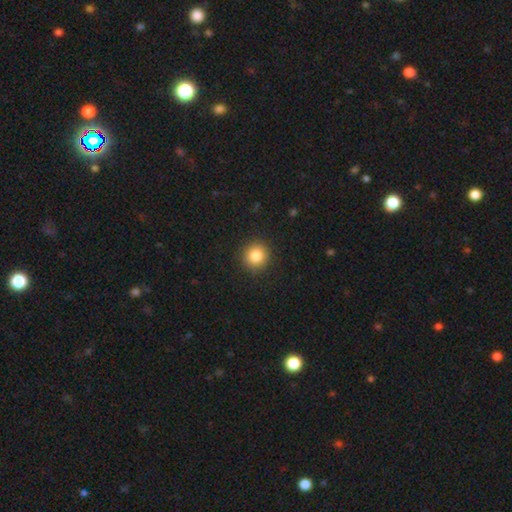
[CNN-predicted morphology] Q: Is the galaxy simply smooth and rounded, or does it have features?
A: smooth — 84%.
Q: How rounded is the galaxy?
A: round — 93%.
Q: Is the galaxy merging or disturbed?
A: none — 91%.